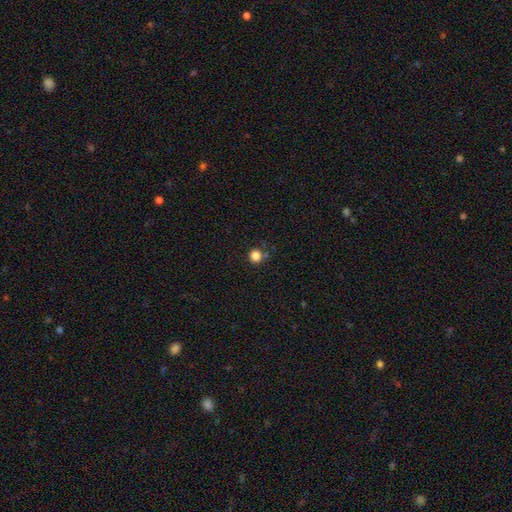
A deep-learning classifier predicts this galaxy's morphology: Smooth or featured?
  - smooth: 84% *
  - star or artifact: 12%
  - featured or disk: 4%
How rounded?
  - round: 94% *
  - in between: 5%
  - cigar-shaped: 1%
Merging?
  - none: 82% *
  - minor disturbance: 9%
  - merger: 6%
  - major disturbance: 3%